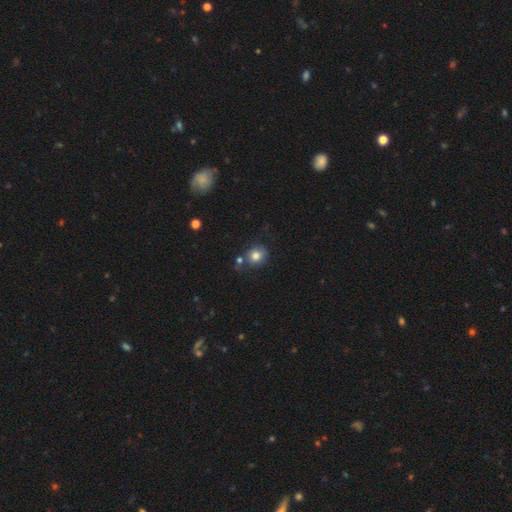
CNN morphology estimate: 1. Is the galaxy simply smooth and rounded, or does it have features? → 80% smooth, 10% star or artifact, 10% featured or disk.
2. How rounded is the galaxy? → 73% round, 26% in between, 1% cigar-shaped.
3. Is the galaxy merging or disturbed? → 64% none, 18% minor disturbance, 13% merger, 5% major disturbance.